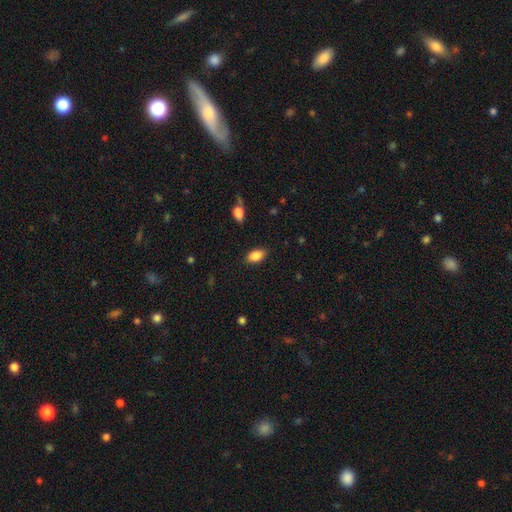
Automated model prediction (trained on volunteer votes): A smooth galaxy with no disk features (86%) that is in between round and cigar-shaped (91%).

Vote fractions:
- Smooth or featured? smooth: 86% / star or artifact: 8% / featured or disk: 6%
- How rounded? in between: 91% / round: 6% / cigar-shaped: 3%
- Merging? none: 86% / minor disturbance: 10% / major disturbance: 3% / merger: 1%